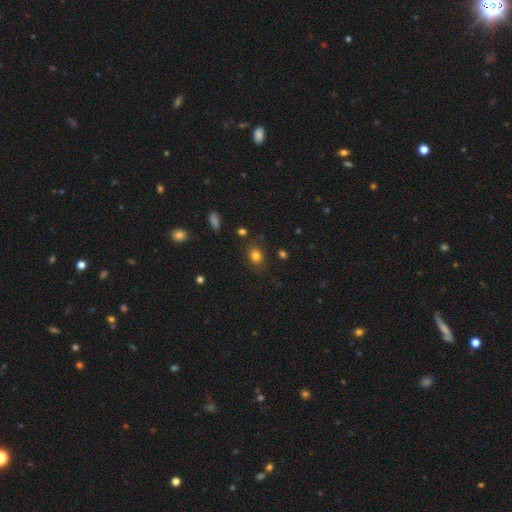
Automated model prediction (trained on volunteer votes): A smooth galaxy with no disk features (80%) that is in between round and cigar-shaped (56%).

Vote fractions:
- Smooth or featured? smooth: 80% / star or artifact: 13% / featured or disk: 7%
- How rounded? in between: 56% / round: 42% / cigar-shaped: 1%
- Merging? none: 80% / minor disturbance: 14% / major disturbance: 4% / merger: 2%